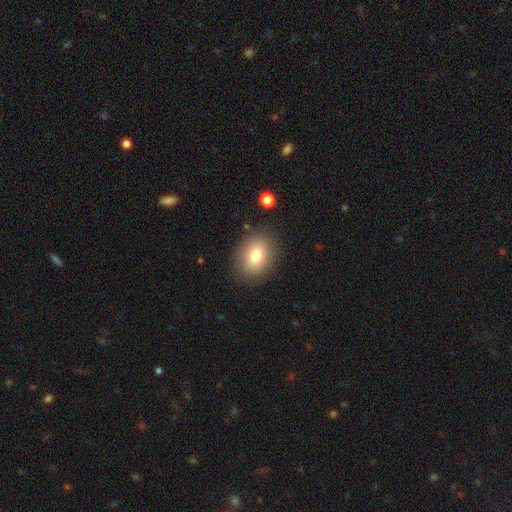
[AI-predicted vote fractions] This appears to be a smooth galaxy with no disk features (79%) that is in between round and cigar-shaped (74%). Merging: none (86%).